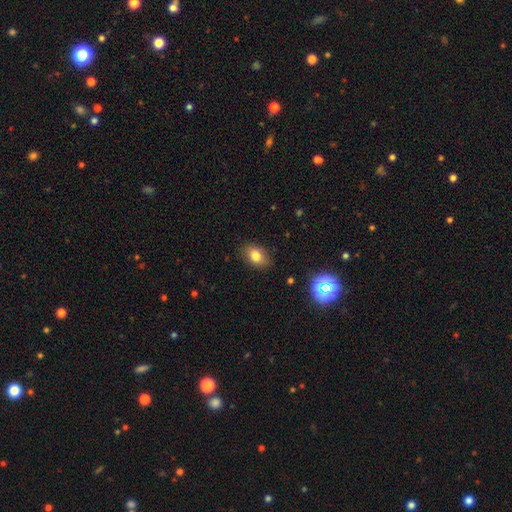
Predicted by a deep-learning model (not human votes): Q: Smooth or featured?
A: smooth (78%); runner-up: star or artifact (12%)
Q: How rounded?
A: in between (78%); runner-up: round (20%)
Q: Merging?
A: none (84%); runner-up: minor disturbance (12%)